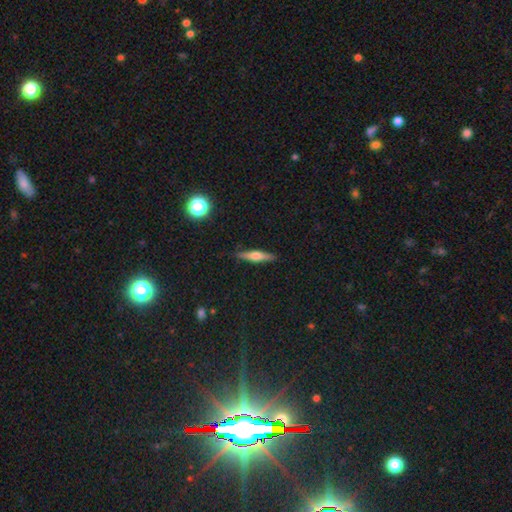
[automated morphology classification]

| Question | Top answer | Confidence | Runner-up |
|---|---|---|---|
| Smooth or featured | featured or disk | 51% | smooth (41%) |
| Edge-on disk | yes | 95% | no (5%) |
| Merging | none | 89% | minor disturbance (8%) |